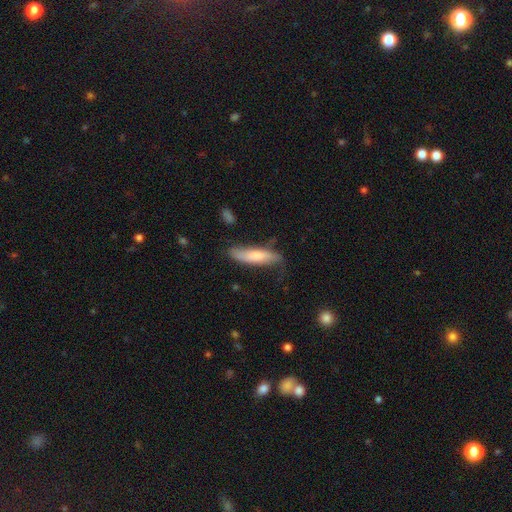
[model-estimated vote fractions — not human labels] The model was most divided on "merging": none: 60%, minor disturbance: 29%, major disturbance: 8%, merger: 3%. More confident: how rounded — cigar-shaped (70%); smooth or featured — smooth (68%).